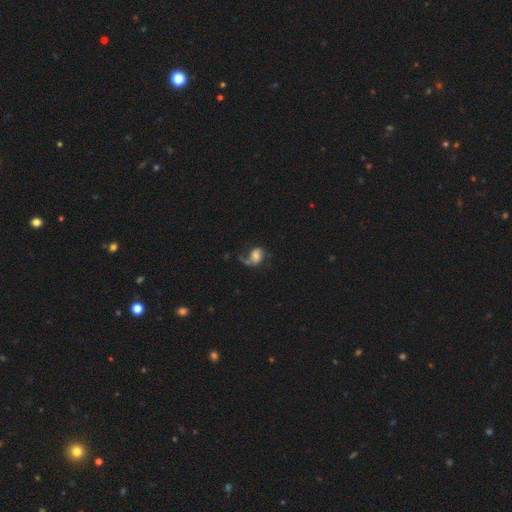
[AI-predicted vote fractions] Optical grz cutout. It shows a featured or disk galaxy (58%) with no bar (57%), 2 (53%) loose (58%) spiral arms (88%) and a moderate central bulge (30%). Merging: none (41%).